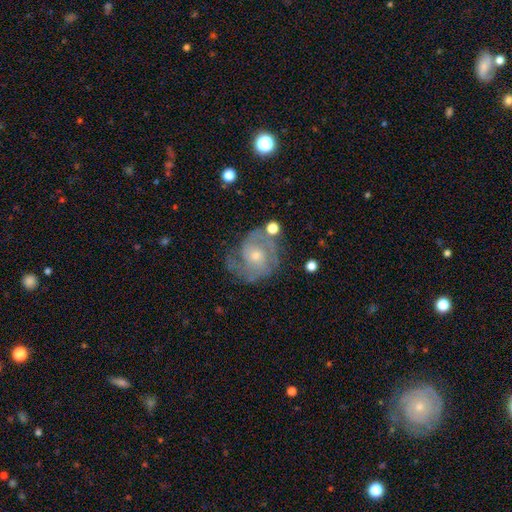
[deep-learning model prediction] Q: Smooth or featured?
A: featured or disk (80%); runner-up: smooth (13%)
Q: Edge-on disk?
A: no (98%); runner-up: yes (2%)
Q: Bar?
A: no (66%); runner-up: weak (29%)
Q: Spiral arms?
A: yes (91%); runner-up: no (9%)
Q: Spiral winding?
A: medium (45%); runner-up: tight (40%)
Q: Spiral arm count?
A: 2 (58%); runner-up: can't tell (20%)
Q: Bulge size?
A: small (58%); runner-up: moderate (37%)
Q: Merging?
A: none (61%); runner-up: minor disturbance (21%)